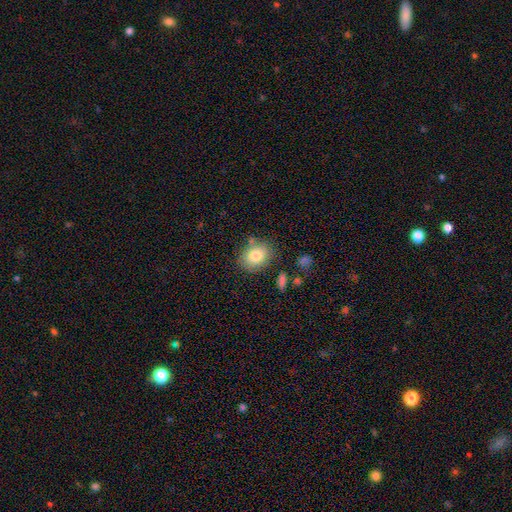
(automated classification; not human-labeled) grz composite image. It shows a smooth galaxy with no disk features (81%) that is in between round and cigar-shaped (54%). Merging: none (74%).